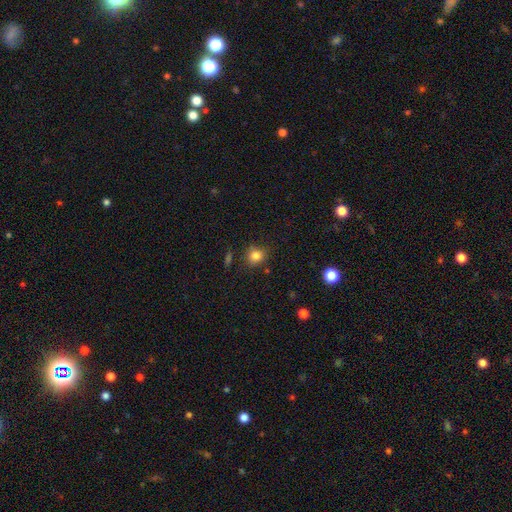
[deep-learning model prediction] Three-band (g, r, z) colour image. It shows a smooth galaxy with no disk features (81%) that is round (79%). Merging: none (78%).